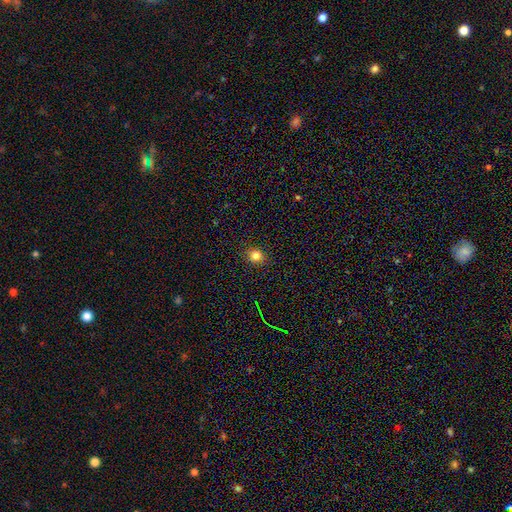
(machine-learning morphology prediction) This is clearly a smooth galaxy (81%). How rounded: clearly round (81%). Merging: clearly none (90%).